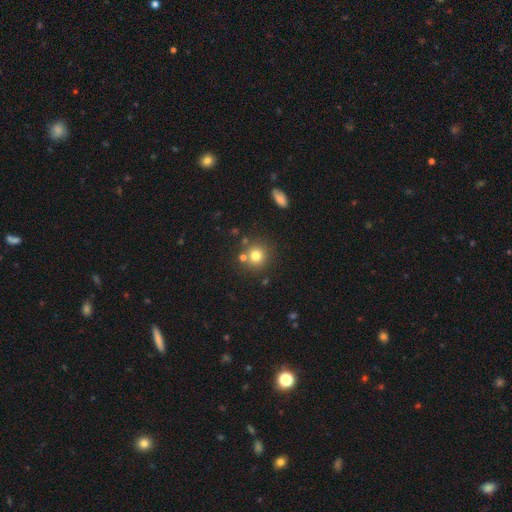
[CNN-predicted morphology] This appears to be a smooth galaxy with no disk features (77%) that is round (91%). Merging: none (74%).